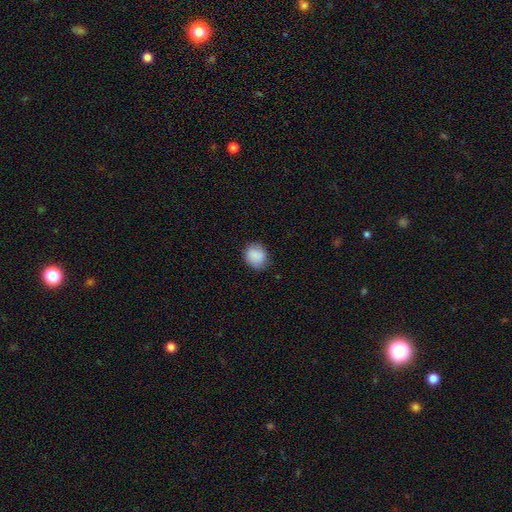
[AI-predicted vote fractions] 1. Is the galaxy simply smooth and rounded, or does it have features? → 88% smooth, 7% star or artifact, 5% featured or disk.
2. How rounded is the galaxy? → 69% round, 30% in between, 1% cigar-shaped.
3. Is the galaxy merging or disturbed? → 79% none, 17% minor disturbance, 4% major disturbance, 1% merger.